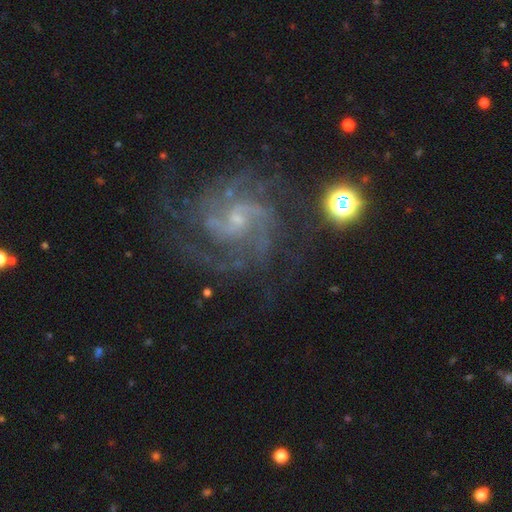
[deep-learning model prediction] Q: Smooth or featured?
A: featured or disk (88%); runner-up: star or artifact (8%)
Q: Edge-on disk?
A: no (98%); runner-up: yes (2%)
Q: Bar?
A: weak (46%); runner-up: no (40%)
Q: Spiral arms?
A: yes (98%); runner-up: no (2%)
Q: Spiral winding?
A: medium (48%); runner-up: tight (43%)
Q: Spiral arm count?
A: 2 (42%); runner-up: 3 (21%)
Q: Bulge size?
A: small (73%); runner-up: moderate (18%)
Q: Merging?
A: none (76%); runner-up: minor disturbance (14%)